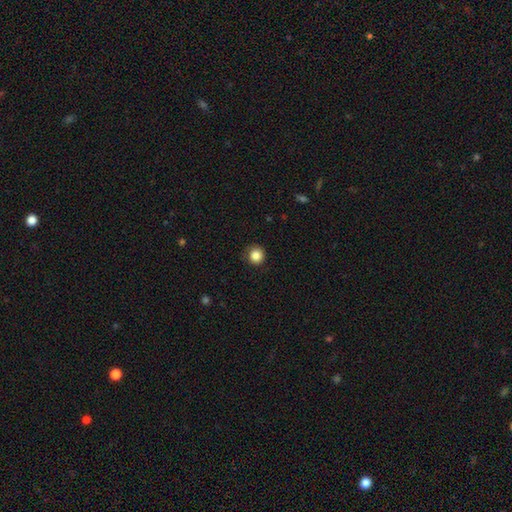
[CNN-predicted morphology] type=smooth (85%); roundness=round (93%); merging=none (84%).